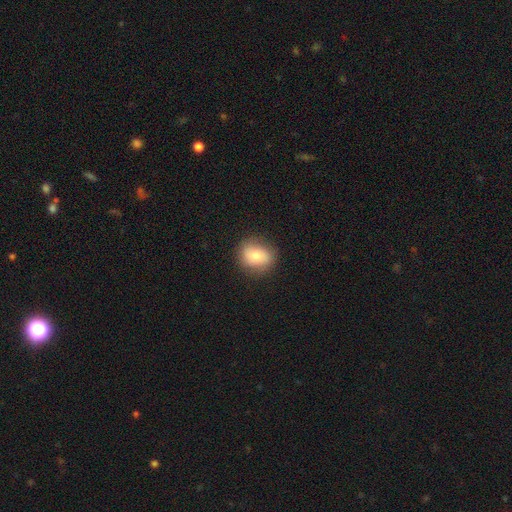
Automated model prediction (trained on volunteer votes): smooth_or_featured: smooth (p=0.73) [alt: featured or disk p=0.18]
how_rounded: round (p=0.63) [alt: in between p=0.36]
merging: none (p=0.83) [alt: minor disturbance p=0.13]